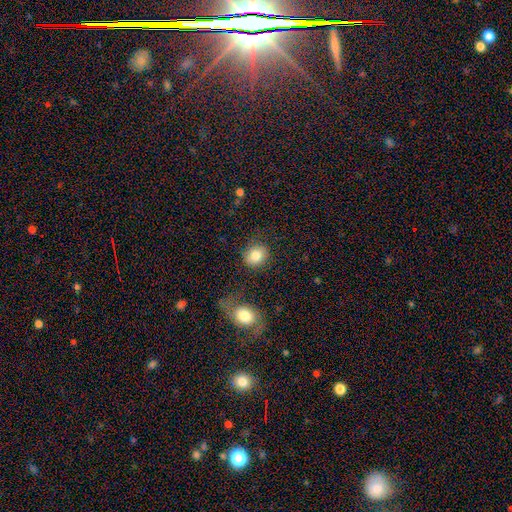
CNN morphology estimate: Smooth or featured? Predicted: smooth (p=0.81). How rounded? Predicted: round (p=0.73). Merging? Predicted: none (p=0.77).